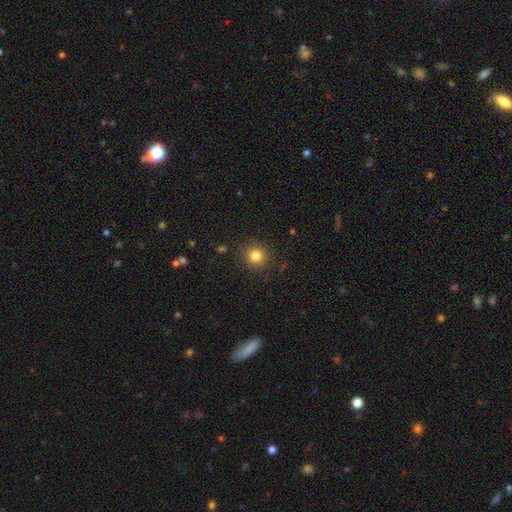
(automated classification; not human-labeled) Smooth or featured?
  - smooth: 82% *
  - star or artifact: 12%
  - featured or disk: 6%
How rounded?
  - round: 92% *
  - in between: 7%
  - cigar-shaped: 1%
Merging?
  - none: 89% *
  - minor disturbance: 7%
  - major disturbance: 2%
  - merger: 1%